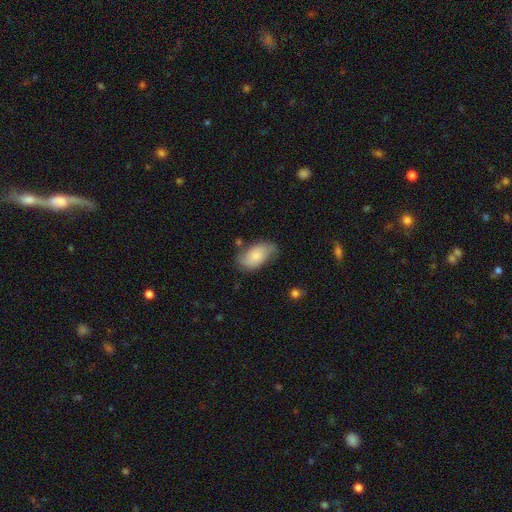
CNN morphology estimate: This is possibly a smooth galaxy (57%). How rounded: clearly in between (93%). Merging: likely none (60%).